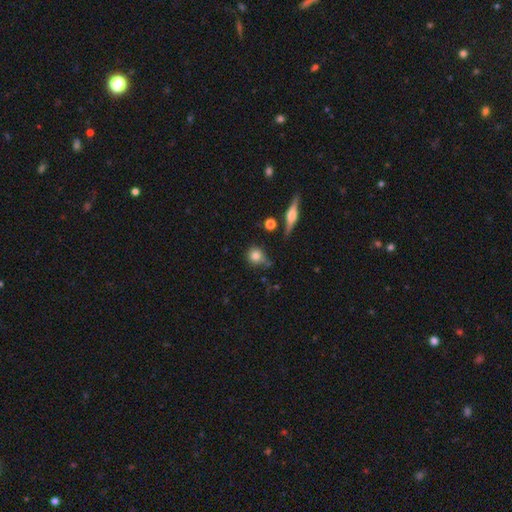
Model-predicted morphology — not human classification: Q: Smooth or featured?
A: smooth (78%); runner-up: featured or disk (12%)
Q: How rounded?
A: round (87%); runner-up: in between (11%)
Q: Merging?
A: none (70%); runner-up: minor disturbance (18%)